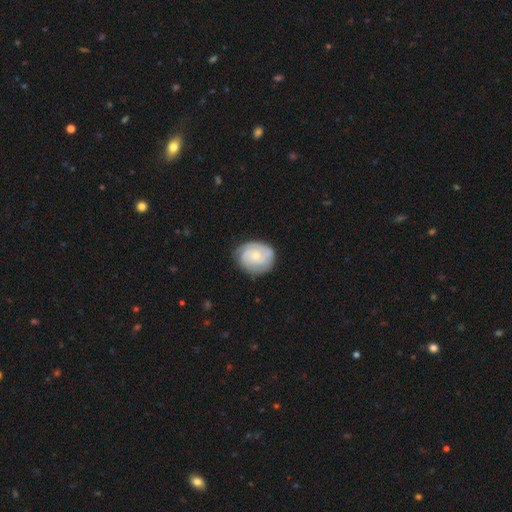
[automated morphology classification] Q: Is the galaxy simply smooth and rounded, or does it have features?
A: featured or disk — 63%.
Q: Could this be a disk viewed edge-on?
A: no — 98%.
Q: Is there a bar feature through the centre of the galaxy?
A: no — 77%.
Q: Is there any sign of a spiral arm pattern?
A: yes — 87%.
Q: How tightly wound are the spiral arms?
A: tight — 62%.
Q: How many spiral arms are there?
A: can't tell — 31%.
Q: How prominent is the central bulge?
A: small — 62%.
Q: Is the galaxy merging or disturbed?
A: none — 77%.